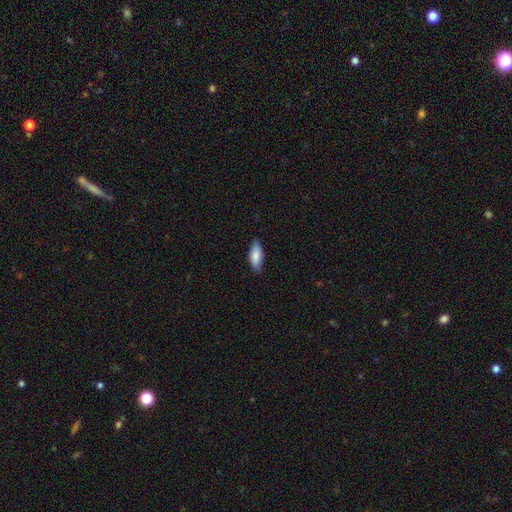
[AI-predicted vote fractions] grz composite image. It shows a smooth galaxy with no disk features (85%) that is in between round and cigar-shaped (81%). Merging: none (80%).